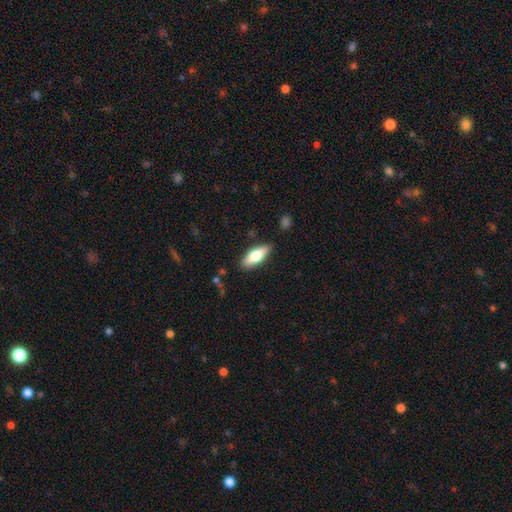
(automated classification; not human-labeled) A smooth galaxy with no disk features (66%) that is in between round and cigar-shaped (66%).

Vote fractions:
- Smooth or featured? smooth: 66% / featured or disk: 28% / star or artifact: 6%
- How rounded? in between: 66% / cigar-shaped: 32% / round: 2%
- Merging? none: 84% / minor disturbance: 12% / major disturbance: 2% / merger: 2%